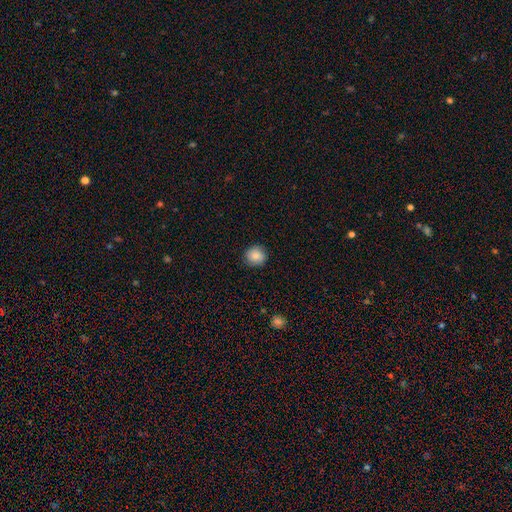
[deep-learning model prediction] Smooth or featured?
  - smooth: 85% *
  - star or artifact: 9%
  - featured or disk: 6%
How rounded?
  - round: 87% *
  - in between: 12%
  - cigar-shaped: 1%
Merging?
  - none: 88% *
  - minor disturbance: 9%
  - major disturbance: 2%
  - merger: 1%